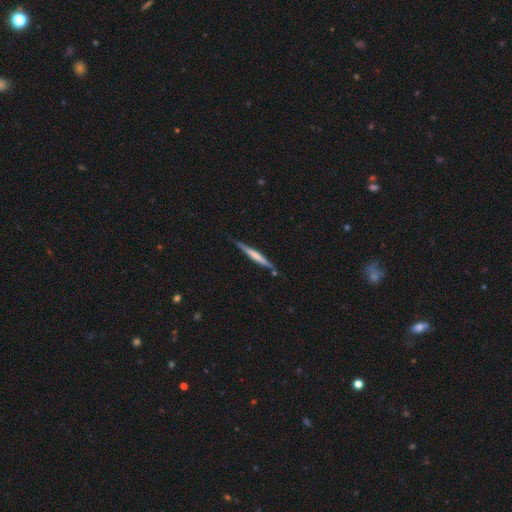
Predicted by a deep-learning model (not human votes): Q: Smooth or featured?
A: featured or disk (52%); runner-up: smooth (43%)
Q: Edge-on disk?
A: yes (97%); runner-up: no (3%)
Q: Edge-on bulge?
A: none (55%); runner-up: rounded (26%)
Q: Merging?
A: none (82%); runner-up: minor disturbance (13%)